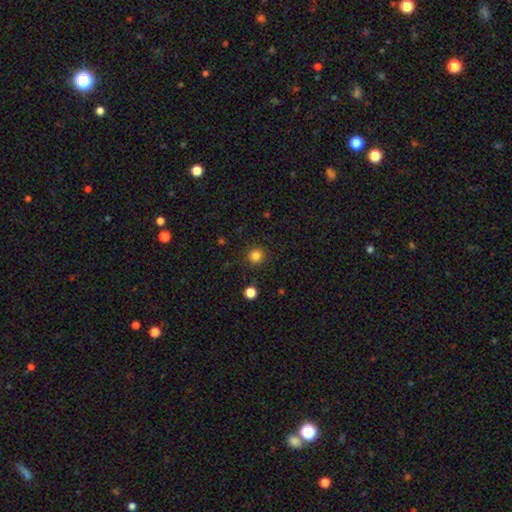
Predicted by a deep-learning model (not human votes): smooth_or_featured: smooth (p=0.83) [alt: star or artifact p=0.13]
how_rounded: round (p=0.91) [alt: in between p=0.08]
merging: none (p=0.90) [alt: minor disturbance p=0.06]